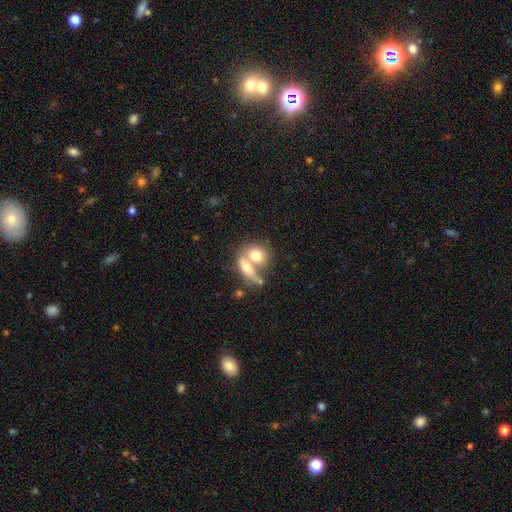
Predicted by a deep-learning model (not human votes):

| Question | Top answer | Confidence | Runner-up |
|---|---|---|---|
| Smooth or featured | smooth | 68% | featured or disk (25%) |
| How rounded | in between | 52% | round (44%) |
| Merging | merger | 67% | none (21%) |